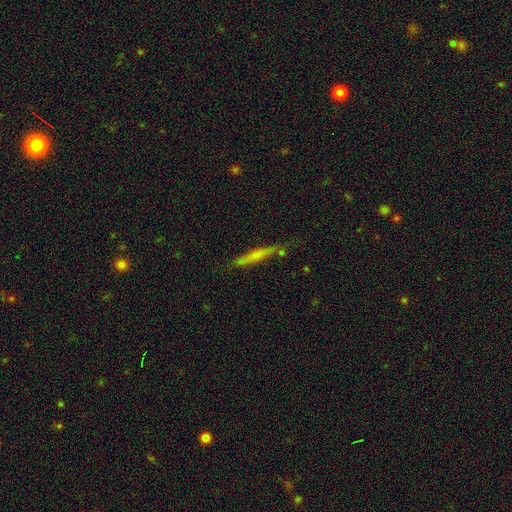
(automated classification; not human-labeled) The model was most divided on "smooth or featured": smooth: 51%, featured or disk: 41%, star or artifact: 8%. More confident: how rounded — cigar-shaped (94%); merging — none (80%).